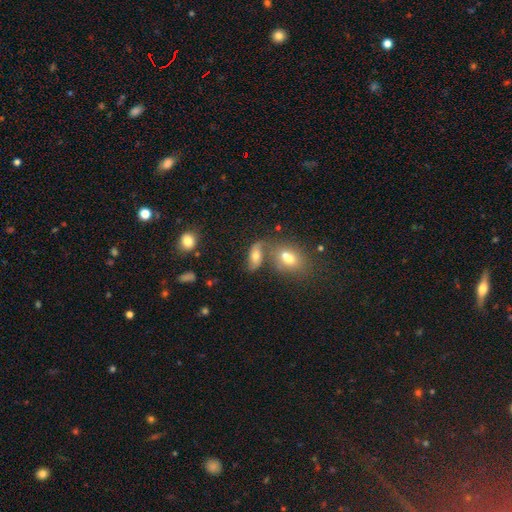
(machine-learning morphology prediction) This appears to be a smooth galaxy with no disk features (50%). Merging: none (38%).